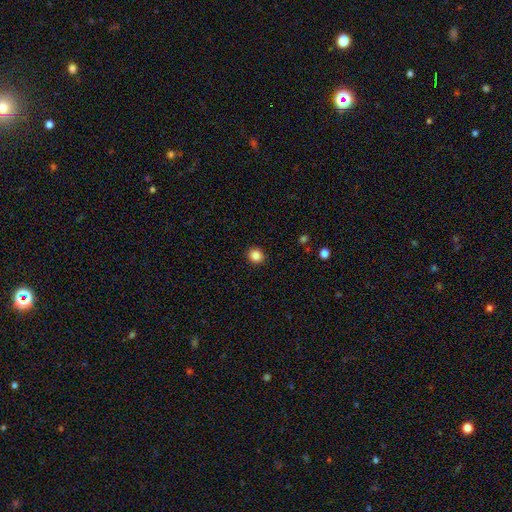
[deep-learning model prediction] A smooth galaxy with no disk features (86%) that is round (83%).

Vote fractions:
- Smooth or featured? smooth: 86% / star or artifact: 10% / featured or disk: 4%
- How rounded? round: 83% / in between: 17% / cigar-shaped: 1%
- Merging? none: 92% / minor disturbance: 6% / major disturbance: 2% / merger: 1%